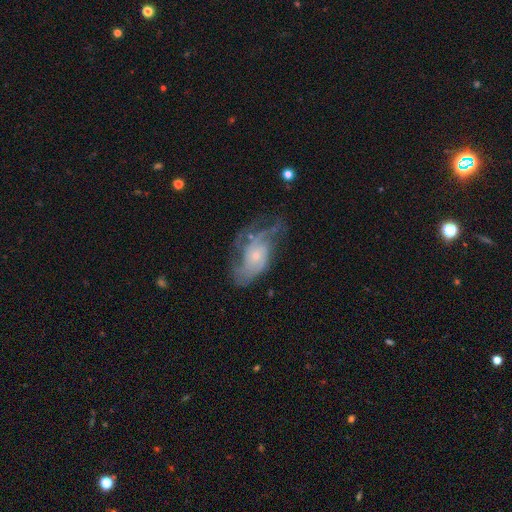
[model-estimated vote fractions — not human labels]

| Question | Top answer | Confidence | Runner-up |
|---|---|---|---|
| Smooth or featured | featured or disk | 78% | smooth (15%) |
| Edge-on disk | no | 96% | yes (4%) |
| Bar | no | 76% | weak (20%) |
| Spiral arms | yes | 89% | no (11%) |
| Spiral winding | medium | 41% | tight (36%) |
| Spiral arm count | can't tell | 34% | 2 (24%) |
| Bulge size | small | 73% | moderate (22%) |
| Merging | none | 44% | major disturbance (28%) |